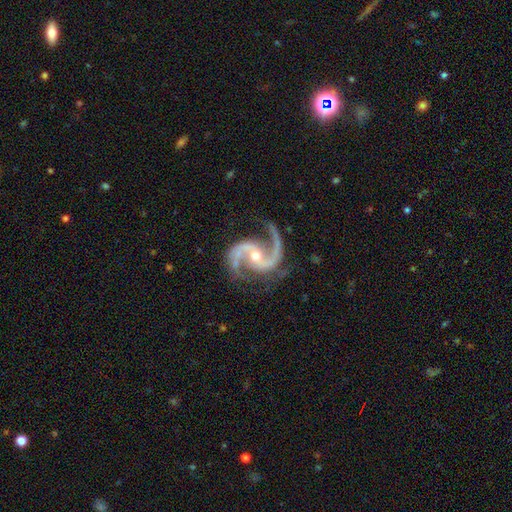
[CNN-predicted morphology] Overall: featured or disk (94%). Edge-on disk: no (98%). Bar: no (45%; weak 34%). Spiral arms: yes (99%). Spiral arm count: 2 (92%). Spiral winding: medium (64%; loose 26%). Bulge size: moderate (49%; small 48%). Merging: none (75%).